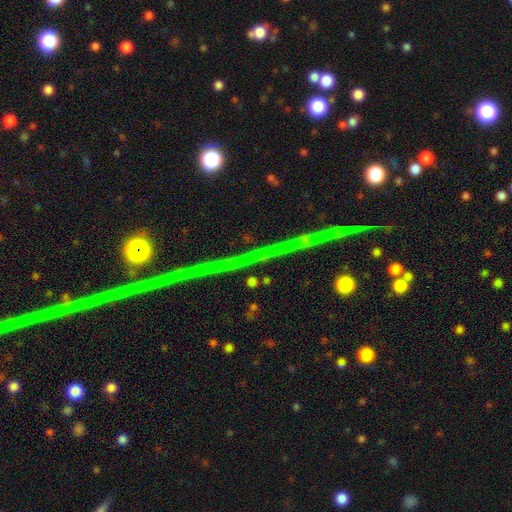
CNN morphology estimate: Smooth or featured: star or artifact — 74% (featured or disk — 17%)